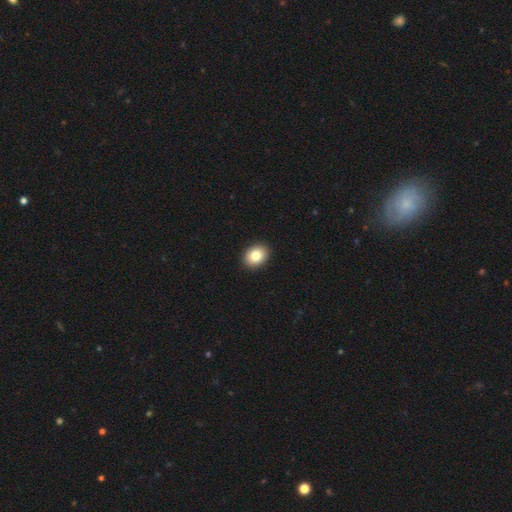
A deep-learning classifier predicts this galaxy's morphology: smooth-or-featured: smooth: 83% | star or artifact: 9% | featured or disk: 8%
  how-rounded: in between: 59% | round: 40% | cigar-shaped: 1%
  merging: none: 92% | minor disturbance: 6% | major disturbance: 2% | merger: 1%